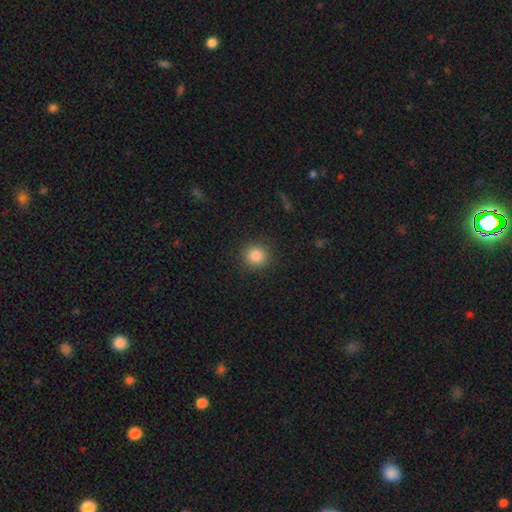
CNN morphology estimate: type=smooth (85%); roundness=round (91%); merging=none (90%).